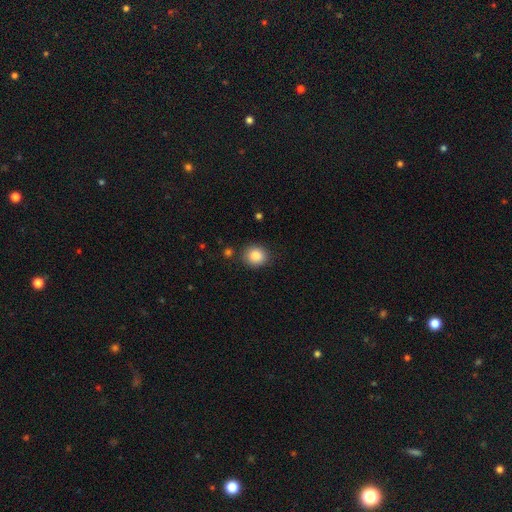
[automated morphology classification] smooth_or_featured: smooth (p=0.87) [alt: star or artifact p=0.09]
how_rounded: round (p=0.76) [alt: in between p=0.23]
merging: none (p=0.84) [alt: minor disturbance p=0.10]